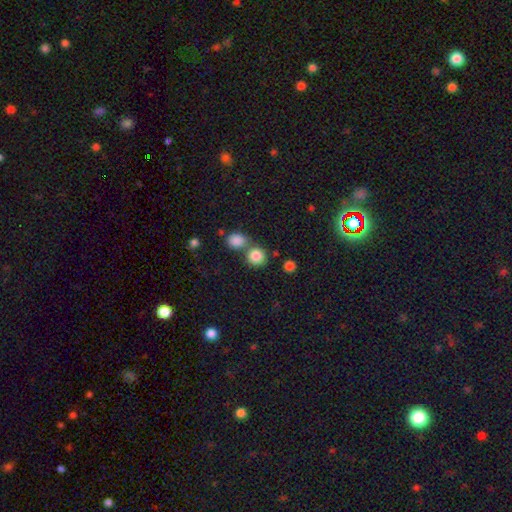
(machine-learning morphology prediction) Smooth or featured? smooth (84%)
How rounded? round (86%)
Merging? none (60%)